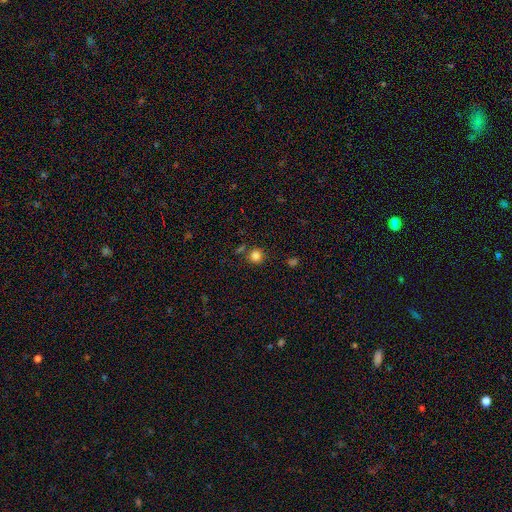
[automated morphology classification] A smooth galaxy with no disk features (83%) that is round (94%). Merging: none (82%).